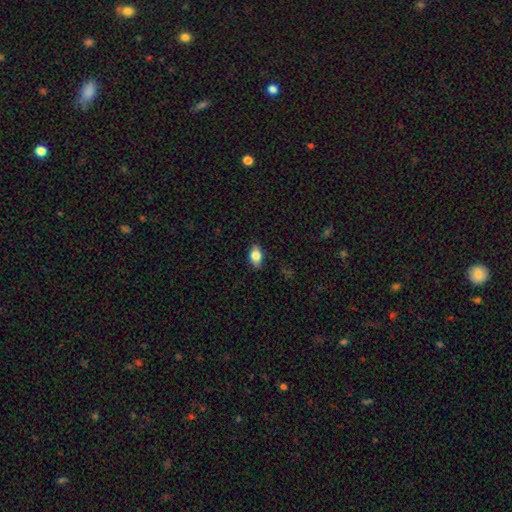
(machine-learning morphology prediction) Smooth or featured: smooth — 81% (featured or disk — 11%)
How rounded: in between — 86% (round — 11%)
Merging: none — 83% (minor disturbance — 14%)